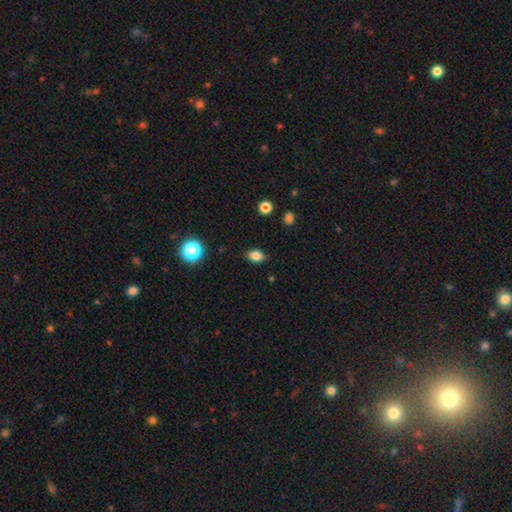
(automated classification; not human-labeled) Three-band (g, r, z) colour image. It shows a smooth galaxy with no disk features (83%) that is in between round and cigar-shaped (78%). Merging: none (84%).